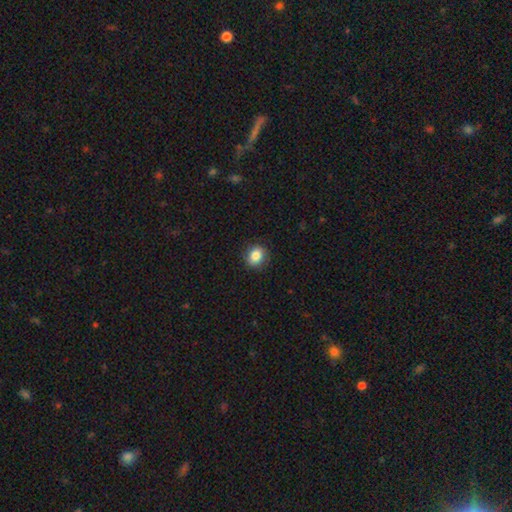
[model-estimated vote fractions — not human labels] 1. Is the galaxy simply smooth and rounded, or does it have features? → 85% smooth, 9% star or artifact, 6% featured or disk.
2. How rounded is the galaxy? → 68% round, 31% in between, 1% cigar-shaped.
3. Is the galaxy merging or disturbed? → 87% none, 9% minor disturbance, 2% major disturbance, 1% merger.